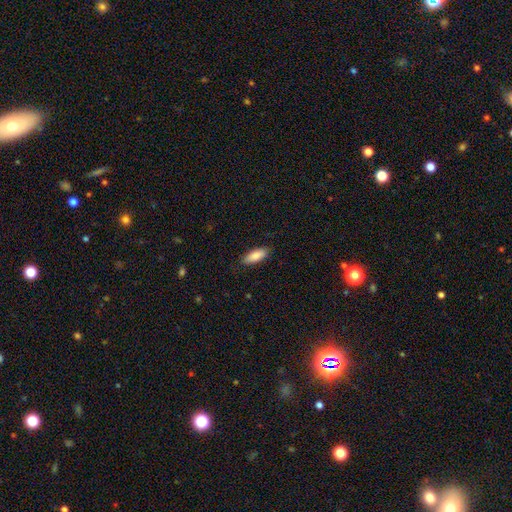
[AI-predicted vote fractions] A smooth galaxy with no disk features (86%) that is in between round and cigar-shaped (70%). Merging: none (86%).